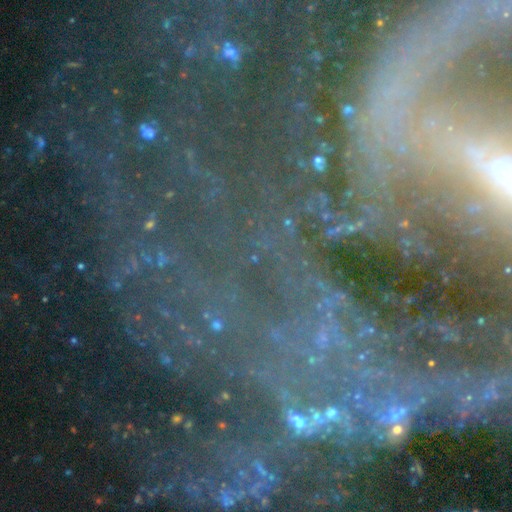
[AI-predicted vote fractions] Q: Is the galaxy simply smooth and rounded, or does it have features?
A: star or artifact — 75%.